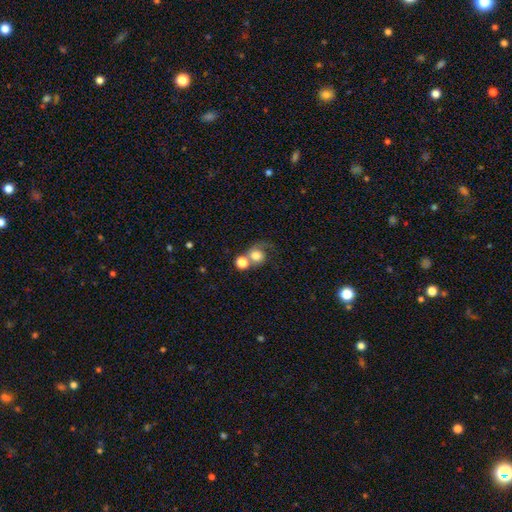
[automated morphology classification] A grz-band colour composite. It shows a smooth galaxy with no disk features (65%) that is round (77%). Merging: merger (43%).